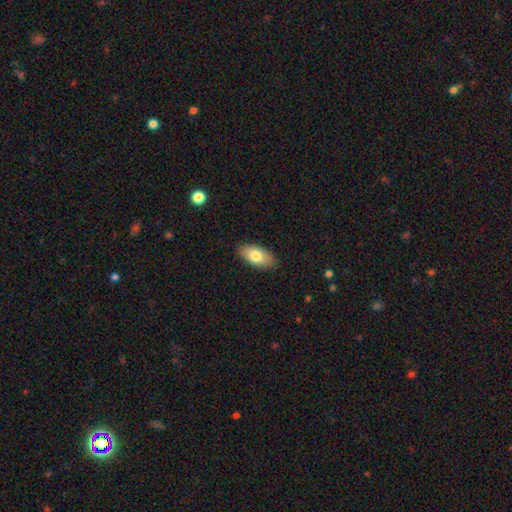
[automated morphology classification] Smooth or featured?
  - smooth: 79% *
  - featured or disk: 14%
  - star or artifact: 6%
How rounded?
  - in between: 93% *
  - cigar-shaped: 4%
  - round: 3%
Merging?
  - none: 87% *
  - minor disturbance: 10%
  - major disturbance: 2%
  - merger: 1%